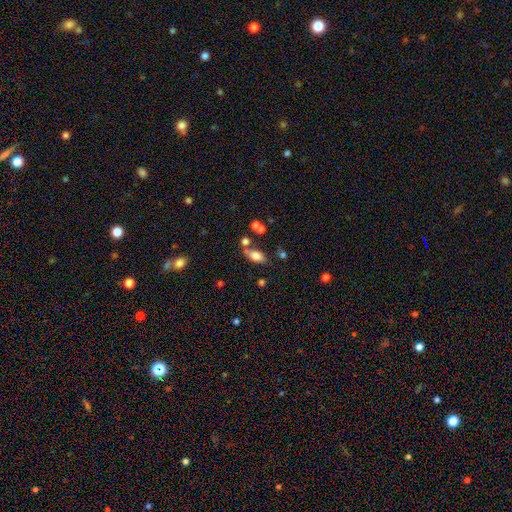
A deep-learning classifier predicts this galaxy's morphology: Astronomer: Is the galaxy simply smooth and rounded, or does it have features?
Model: smooth — 77%.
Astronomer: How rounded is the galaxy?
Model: in between — 87%.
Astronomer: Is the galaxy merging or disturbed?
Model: none — 61%.